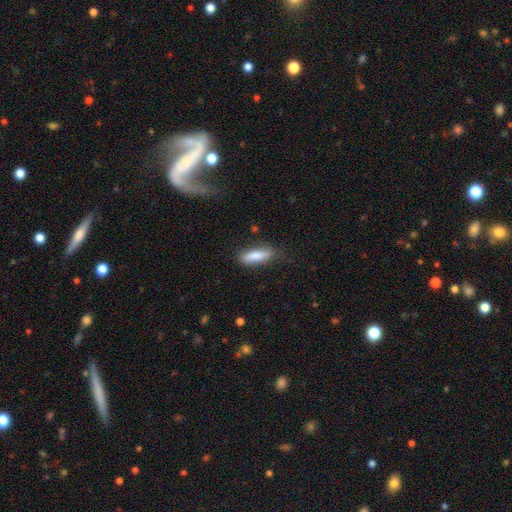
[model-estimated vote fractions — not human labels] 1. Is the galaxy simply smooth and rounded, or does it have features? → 84% smooth, 10% featured or disk, 6% star or artifact.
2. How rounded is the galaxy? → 50% cigar-shaped, 48% in between, 2% round.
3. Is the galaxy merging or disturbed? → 76% none, 18% minor disturbance, 5% major disturbance, 2% merger.